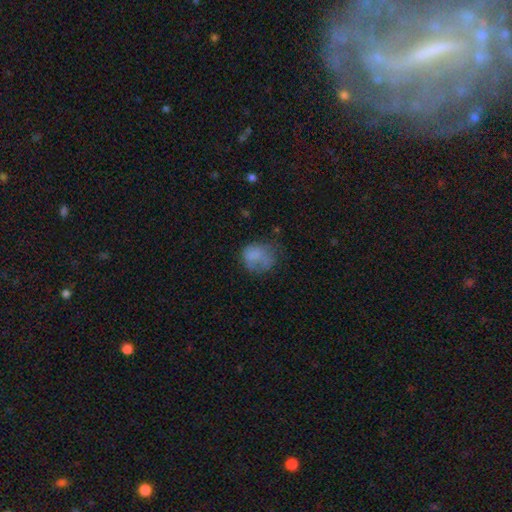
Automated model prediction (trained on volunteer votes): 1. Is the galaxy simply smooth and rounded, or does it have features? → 67% smooth, 22% featured or disk, 11% star or artifact.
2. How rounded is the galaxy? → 61% round, 38% in between, 1% cigar-shaped.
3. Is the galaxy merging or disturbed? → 38% none, 30% minor disturbance, 28% major disturbance, 5% merger.